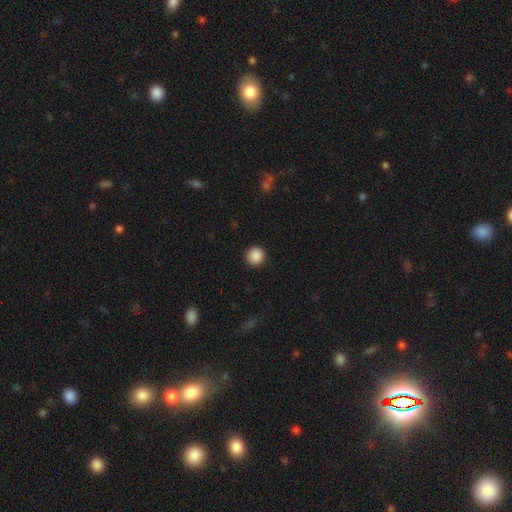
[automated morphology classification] Smooth or featured: smooth — 89% (star or artifact — 9%)
How rounded: round — 95% (in between — 4%)
Merging: none — 92% (minor disturbance — 5%)